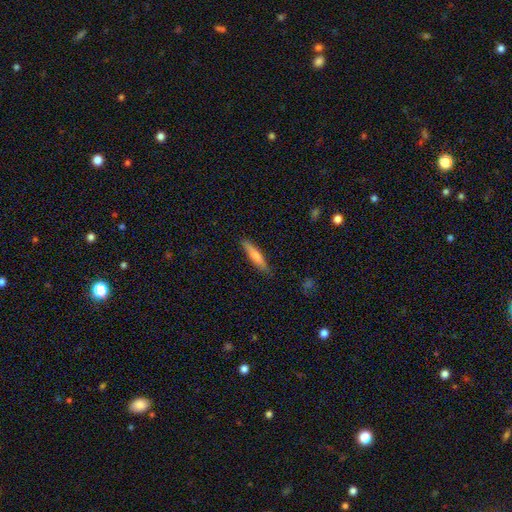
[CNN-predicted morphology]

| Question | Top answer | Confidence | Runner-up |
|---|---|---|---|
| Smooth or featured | smooth | 70% | featured or disk (24%) |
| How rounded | cigar-shaped | 86% | in between (12%) |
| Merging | none | 87% | minor disturbance (10%) |